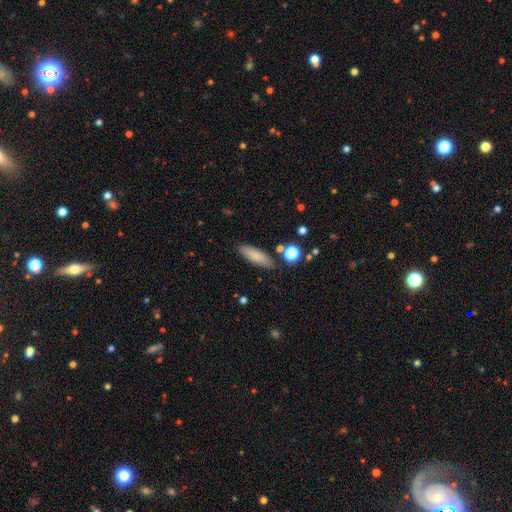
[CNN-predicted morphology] smooth 81%, featured or disk 11%, star or artifact 7%. Down the decision tree: how rounded — in between (51%); merging — none (83%).